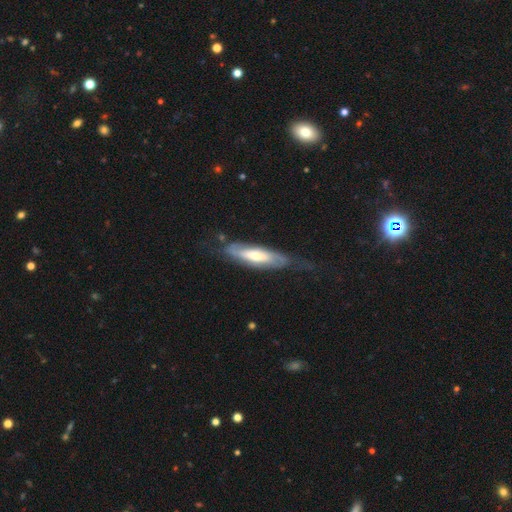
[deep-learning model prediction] Overall: featured or disk (55%; smooth 40%). Edge-on disk: no (60%; yes 40%). Merging: none (55%; minor disturbance 27%).